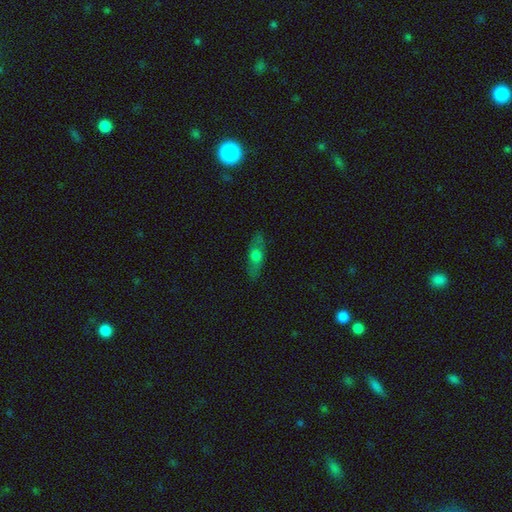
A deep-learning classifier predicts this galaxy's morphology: Overall: smooth (54%; featured or disk 38%). How rounded: in between (51%; cigar-shaped 44%). Merging: none (83%).